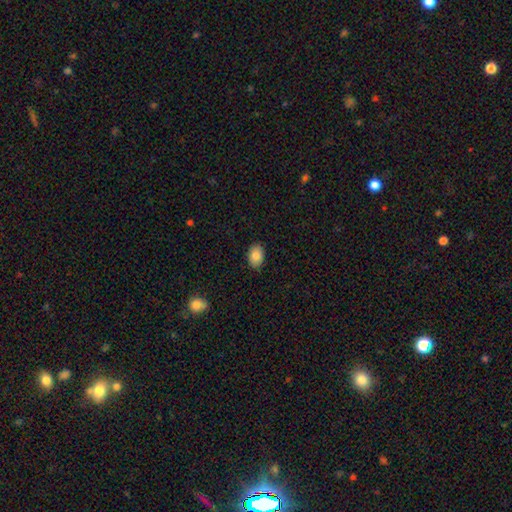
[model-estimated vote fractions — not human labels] This appears to be a smooth galaxy with no disk features (86%) that is in between round and cigar-shaped (81%). Merging: none (87%).